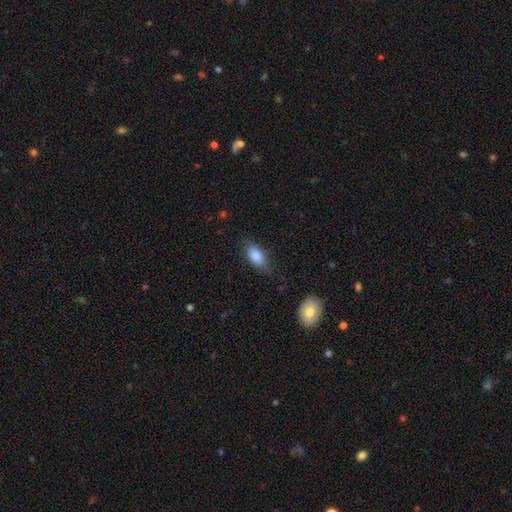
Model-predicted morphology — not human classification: Smooth or featured? smooth (83%)
How rounded? in between (86%)
Merging? none (74%)